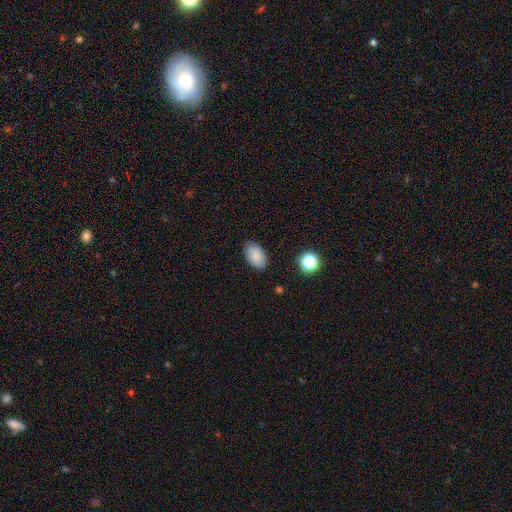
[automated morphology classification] Smooth or featured: smooth — 86% (star or artifact — 8%)
How rounded: in between — 93% (round — 6%)
Merging: none — 85% (minor disturbance — 11%)